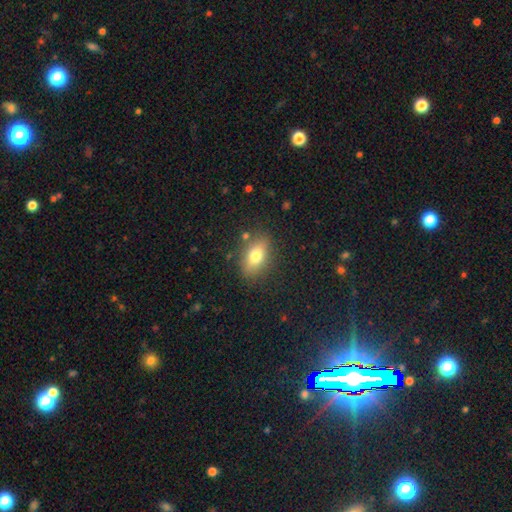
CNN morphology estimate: The model was most divided on "smooth or featured": smooth: 75%, featured or disk: 15%, star or artifact: 10%. More confident: how rounded — in between (83%); merging — none (82%).